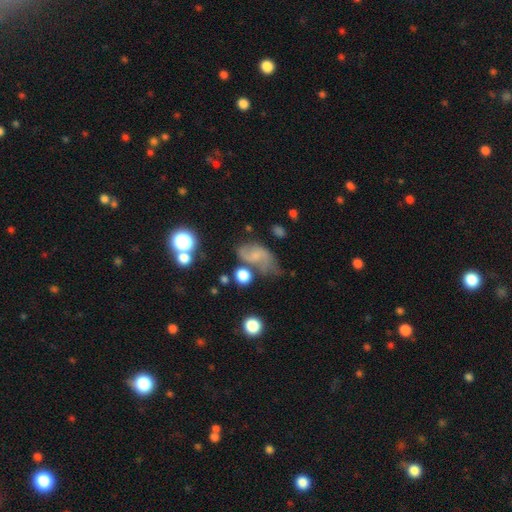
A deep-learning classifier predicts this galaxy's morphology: Smooth or featured? Predicted: featured or disk (p=0.57). Edge-on disk? Predicted: no (p=0.97). Bar? Predicted: no (p=0.57). Spiral arms? Predicted: yes (p=0.87). Bulge size? Predicted: small (p=0.60). Merging? Predicted: none (p=0.40).